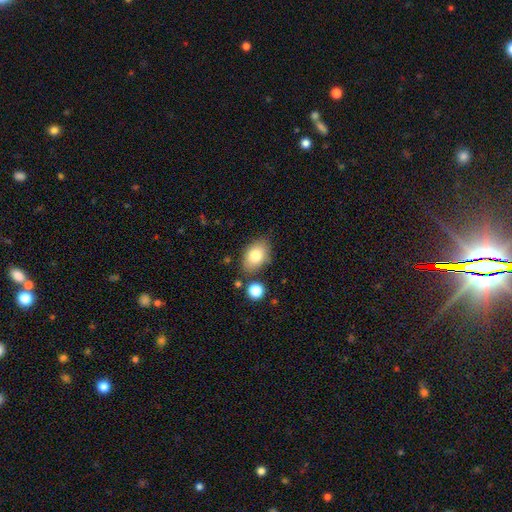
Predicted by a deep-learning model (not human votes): Overall: smooth (80%). How rounded: in between (86%). Merging: none (76%).